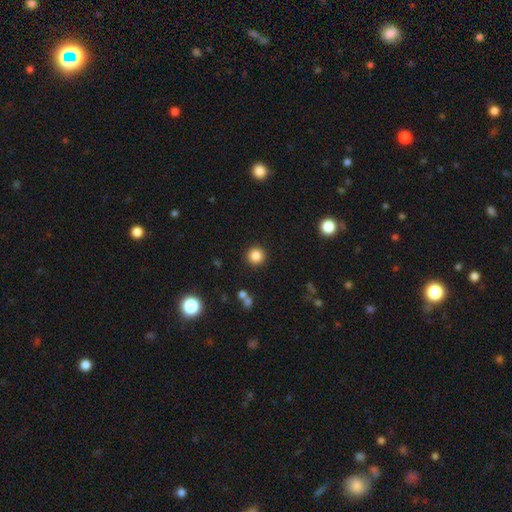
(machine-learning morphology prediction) Smooth or featured?
  - smooth: 85% *
  - star or artifact: 11%
  - featured or disk: 4%
How rounded?
  - round: 95% *
  - in between: 4%
  - cigar-shaped: 1%
Merging?
  - none: 91% *
  - minor disturbance: 5%
  - major disturbance: 2%
  - merger: 2%